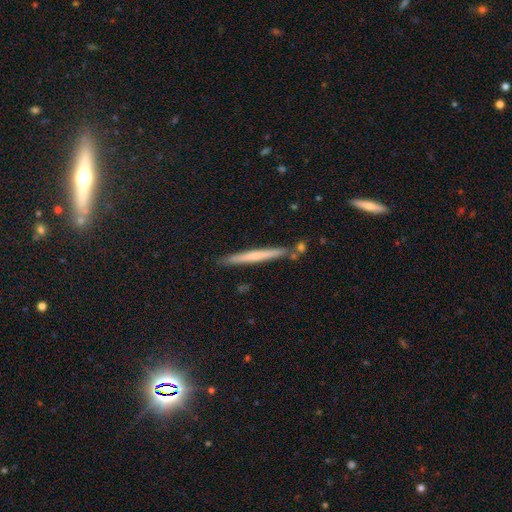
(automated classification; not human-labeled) Smooth or featured? smooth (51%)
How rounded? cigar-shaped (97%)
Merging? none (85%)